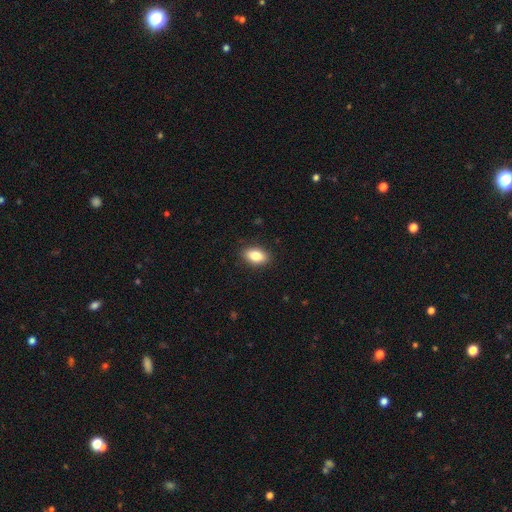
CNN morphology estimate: Smooth or featured? smooth (84%)
How rounded? in between (88%)
Merging? none (88%)